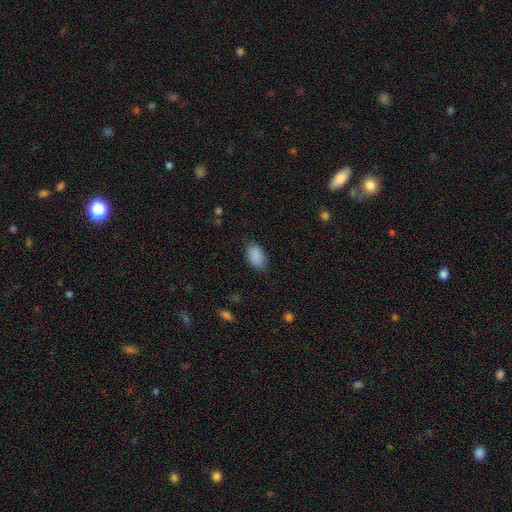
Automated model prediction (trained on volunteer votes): This appears to be a smooth galaxy with no disk features (89%) that is in between round and cigar-shaped (92%). Merging: none (81%).